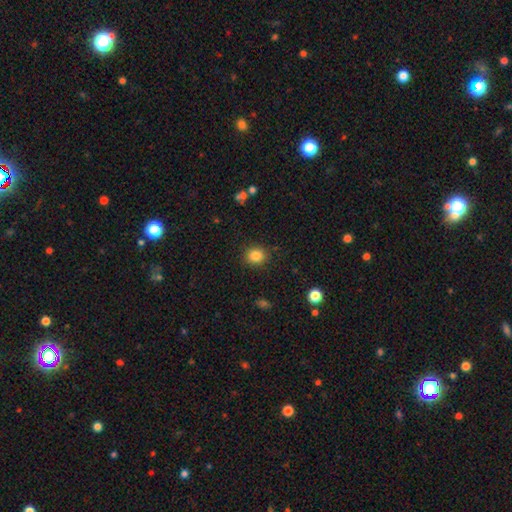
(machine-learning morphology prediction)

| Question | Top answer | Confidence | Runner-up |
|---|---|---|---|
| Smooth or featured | smooth | 84% | star or artifact (11%) |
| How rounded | round | 79% | in between (20%) |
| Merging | none | 87% | minor disturbance (9%) |